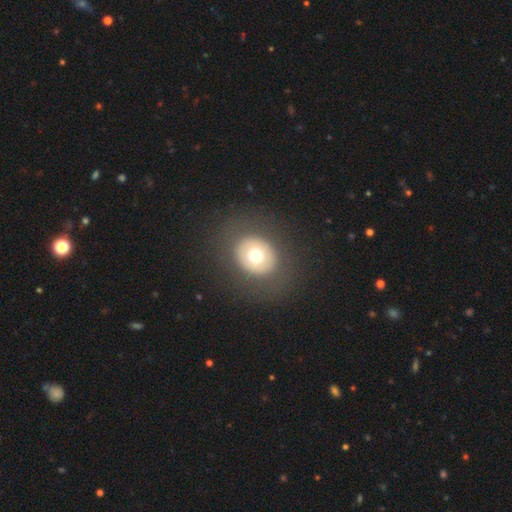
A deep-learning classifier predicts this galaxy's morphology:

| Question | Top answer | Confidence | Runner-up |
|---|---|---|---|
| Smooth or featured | smooth | 63% | featured or disk (27%) |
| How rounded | round | 62% | in between (38%) |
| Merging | none | 84% | minor disturbance (9%) |